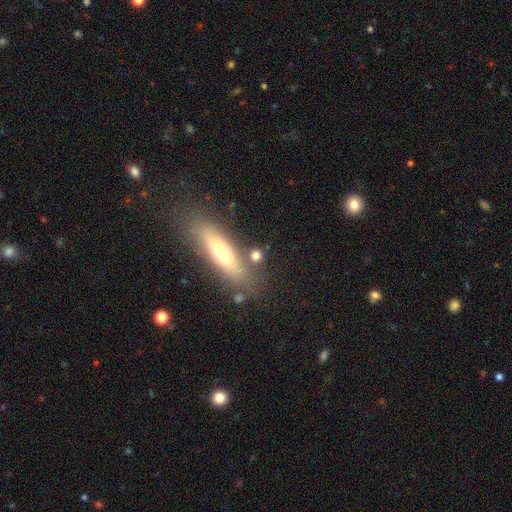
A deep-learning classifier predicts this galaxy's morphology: Smooth or featured? Predicted: smooth (p=0.65). How rounded? Predicted: round (p=0.37). Merging? Predicted: none (p=0.76).